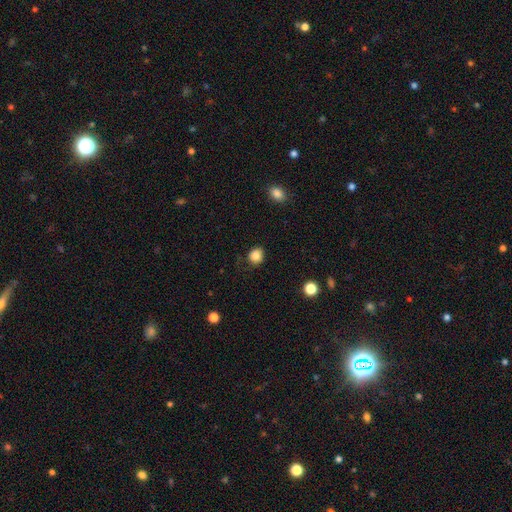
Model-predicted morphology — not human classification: smooth_or_featured: smooth (p=0.86) [alt: star or artifact p=0.10]
how_rounded: round (p=0.73) [alt: in between p=0.27]
merging: none (p=0.75) [alt: minor disturbance p=0.19]